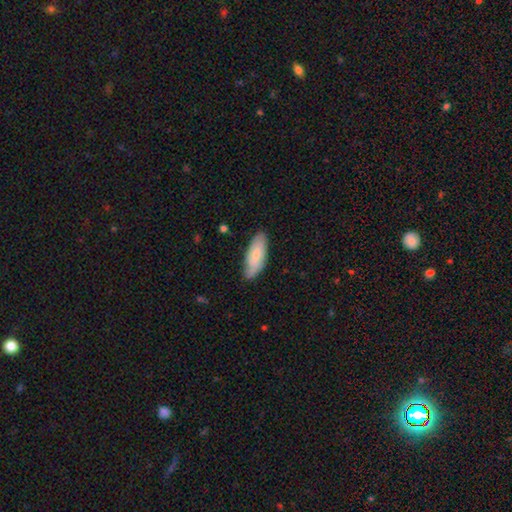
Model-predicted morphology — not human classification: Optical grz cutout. It shows a smooth galaxy with no disk features (66%) that is in between round and cigar-shaped (75%). Merging: none (77%).